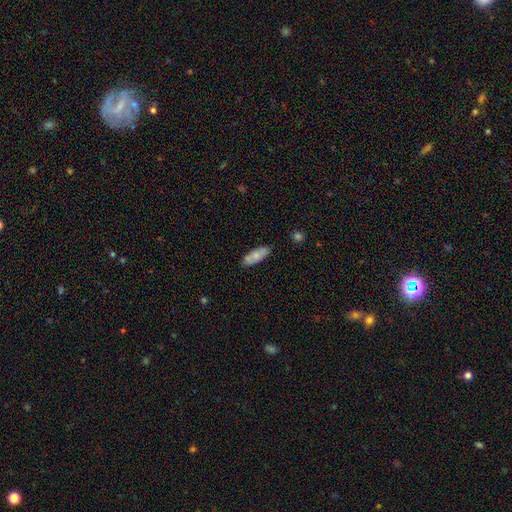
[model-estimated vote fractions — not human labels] A smooth galaxy with no disk features (71%) that is in between round and cigar-shaped (71%).

Vote fractions:
- Smooth or featured? smooth: 71% / featured or disk: 23% / star or artifact: 6%
- How rounded? in between: 71% / cigar-shaped: 27% / round: 2%
- Merging? none: 77% / minor disturbance: 16% / merger: 4% / major disturbance: 3%